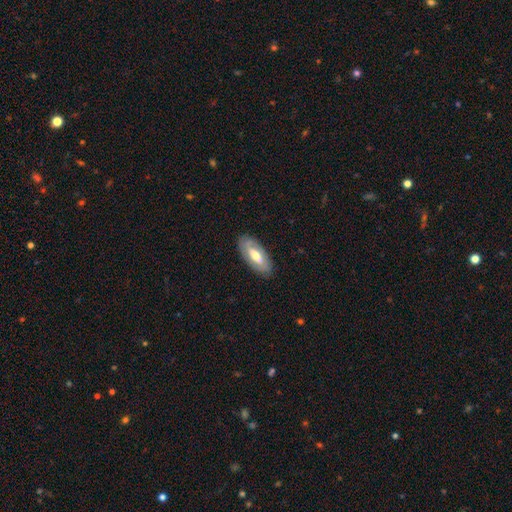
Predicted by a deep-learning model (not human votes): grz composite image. It shows a featured or disk galaxy (50%). Merging: none (85%).